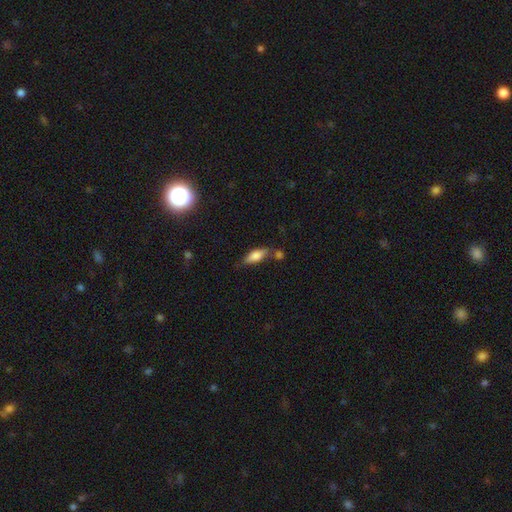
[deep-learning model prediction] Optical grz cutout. It shows a smooth galaxy with no disk features (69%) that is in between round and cigar-shaped (71%). Merging: none (59%).